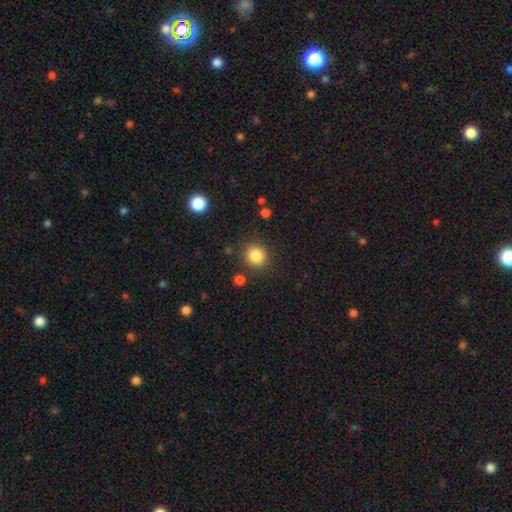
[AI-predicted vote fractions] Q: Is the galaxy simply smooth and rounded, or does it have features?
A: smooth — 85%.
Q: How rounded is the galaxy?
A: round — 87%.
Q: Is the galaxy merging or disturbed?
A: none — 86%.